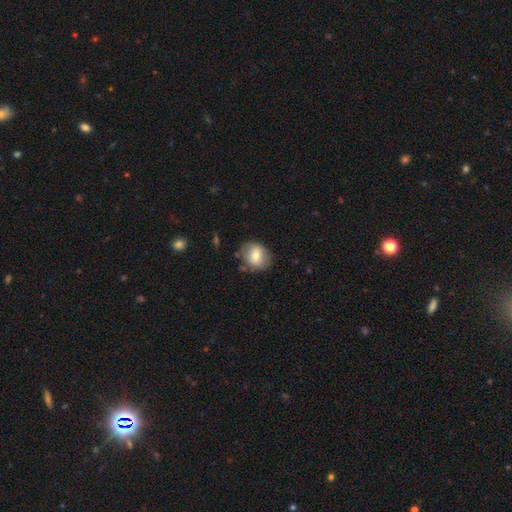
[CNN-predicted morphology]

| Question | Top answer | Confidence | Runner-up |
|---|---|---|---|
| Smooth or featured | smooth | 68% | featured or disk (24%) |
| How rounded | round | 62% | in between (37%) |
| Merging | none | 73% | minor disturbance (18%) |